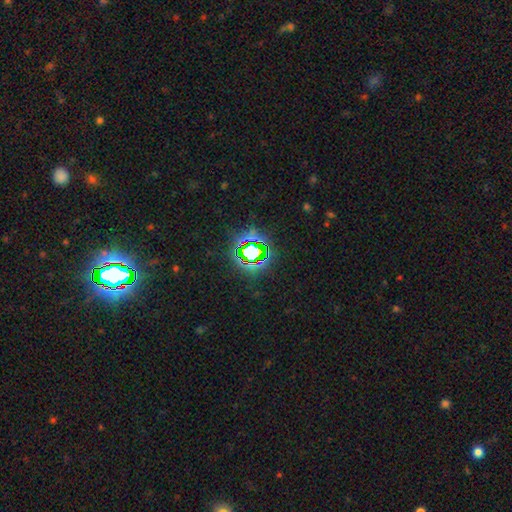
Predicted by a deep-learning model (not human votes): smooth_or_featured: star or artifact (p=0.81) [alt: smooth p=0.11]